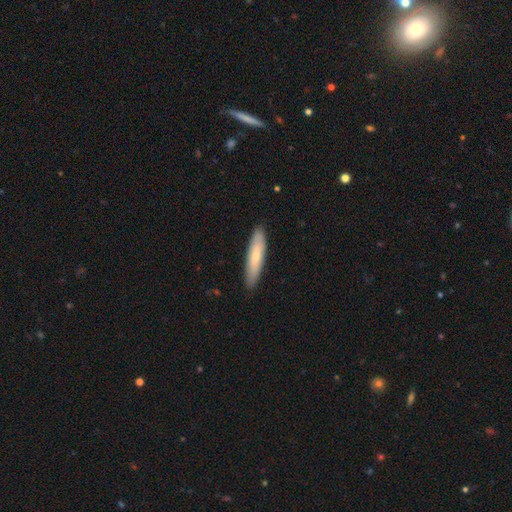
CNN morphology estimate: A smooth galaxy with no disk features (69%) that is cigar-shaped (83%). Merging: none (89%).